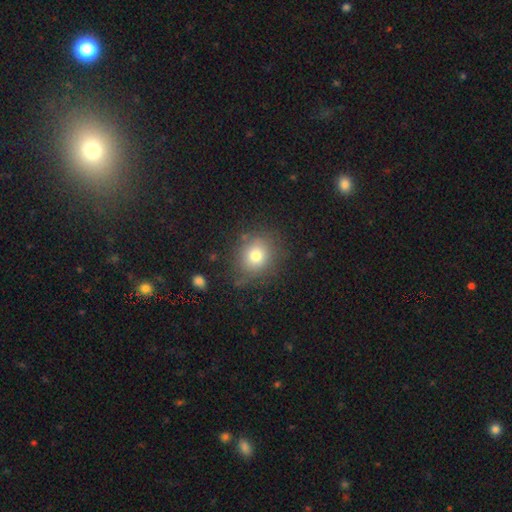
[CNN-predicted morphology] This is likely a smooth galaxy (76%). How rounded: likely round (78%). Merging: likely none (77%).